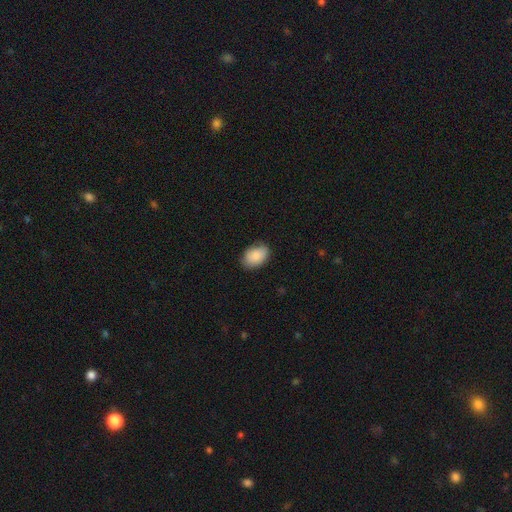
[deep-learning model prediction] Smooth or featured? smooth (87%)
How rounded? in between (86%)
Merging? none (82%)